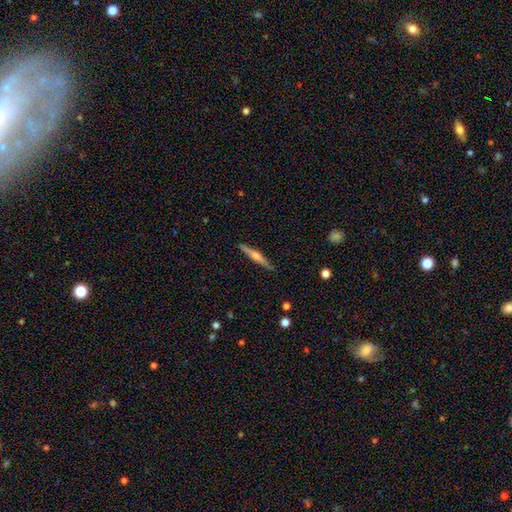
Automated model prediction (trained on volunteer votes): smooth-or-featured: featured or disk: 59% | smooth: 35% | star or artifact: 6%
  disk-edge-on: yes: 97% | no: 3%
    edge-on-bulge: rounded: 79% | none: 13% | boxy: 8%
  merging: none: 89% | minor disturbance: 8% | major disturbance: 2% | merger: 1%